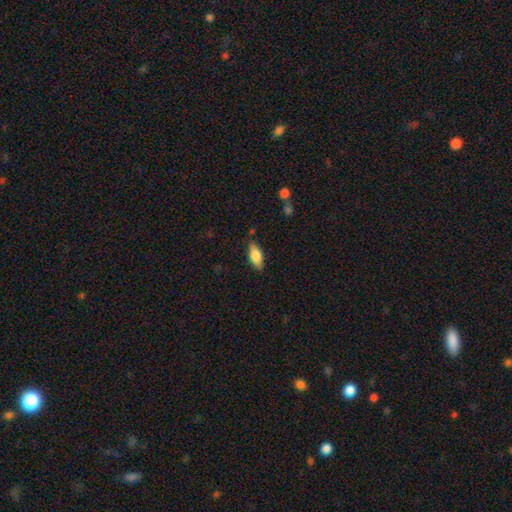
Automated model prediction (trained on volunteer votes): This appears to be a smooth galaxy with no disk features (79%) that is in between round and cigar-shaped (82%). Merging: none (81%).